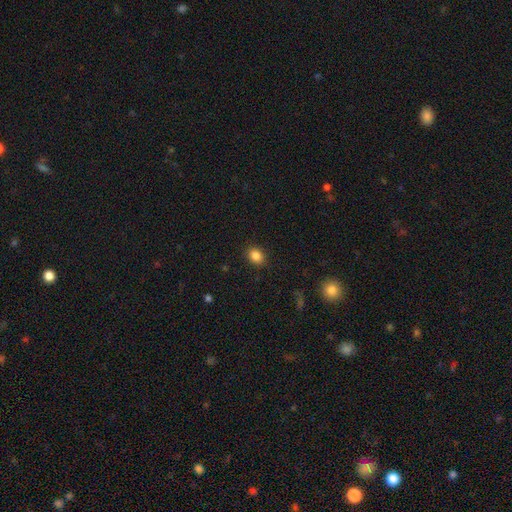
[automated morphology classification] Overall: smooth (85%). How rounded: round (53%; in between 46%). Merging: none (89%).